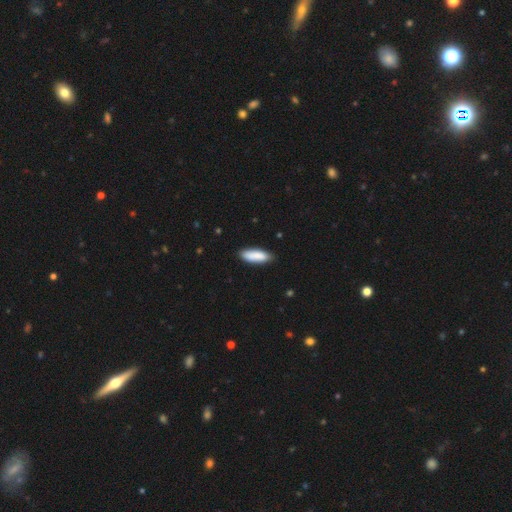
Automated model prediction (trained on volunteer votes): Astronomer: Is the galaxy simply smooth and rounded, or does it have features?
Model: smooth — 88%.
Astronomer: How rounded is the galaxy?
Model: in between — 64%.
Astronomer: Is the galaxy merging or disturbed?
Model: none — 83%.